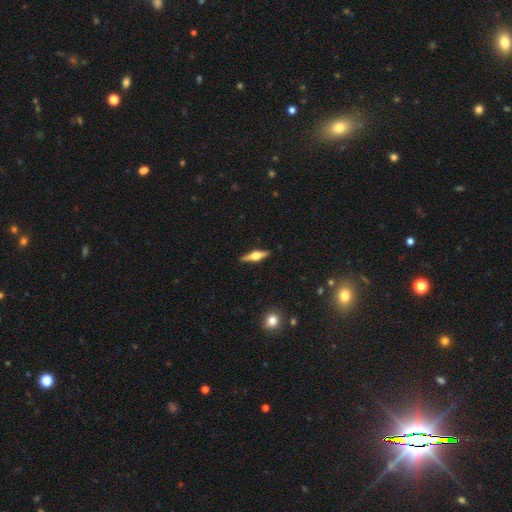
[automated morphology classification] Q: Smooth or featured?
A: featured or disk (62%); runner-up: smooth (32%)
Q: Edge-on disk?
A: yes (96%); runner-up: no (4%)
Q: Edge-on bulge?
A: rounded (92%); runner-up: boxy (6%)
Q: Merging?
A: none (90%); runner-up: minor disturbance (8%)